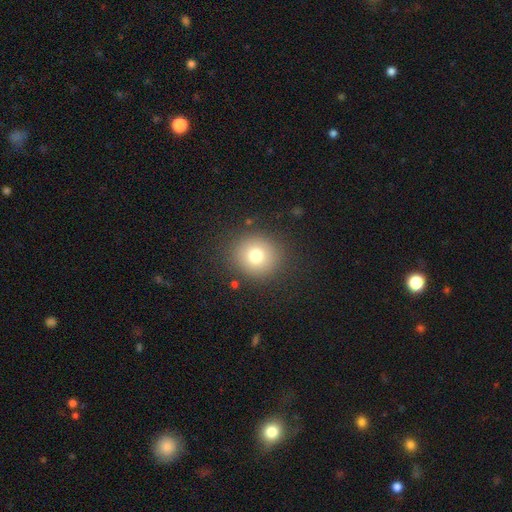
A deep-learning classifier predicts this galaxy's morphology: A smooth galaxy with no disk features (76%) that is round (89%). Merging: none (87%).